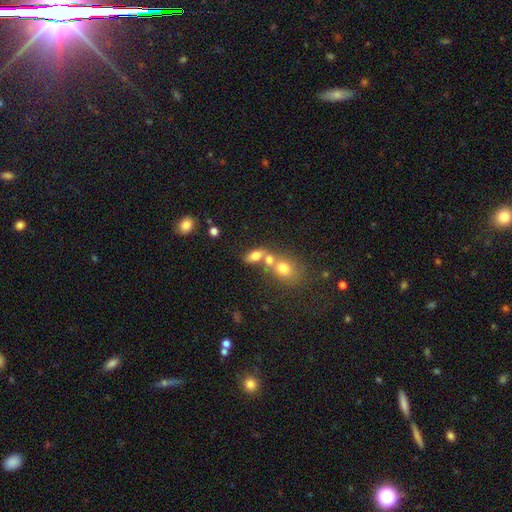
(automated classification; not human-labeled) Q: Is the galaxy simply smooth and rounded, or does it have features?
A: smooth — 72%.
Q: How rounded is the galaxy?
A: in between — 76%.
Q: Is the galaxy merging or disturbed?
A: merger — 51%.